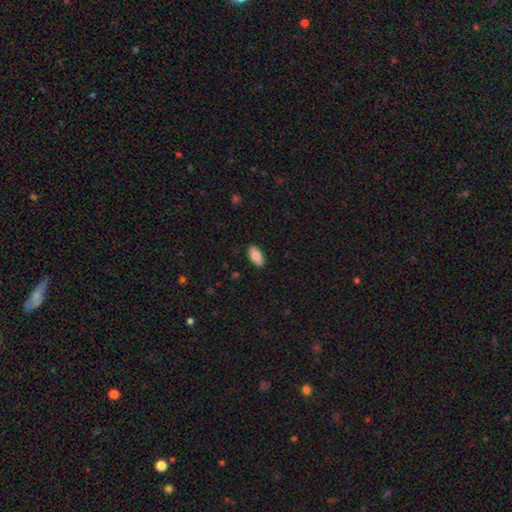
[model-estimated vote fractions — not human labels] Q: Smooth or featured?
A: smooth (83%); runner-up: featured or disk (10%)
Q: How rounded?
A: in between (92%); runner-up: cigar-shaped (6%)
Q: Merging?
A: none (89%); runner-up: minor disturbance (9%)